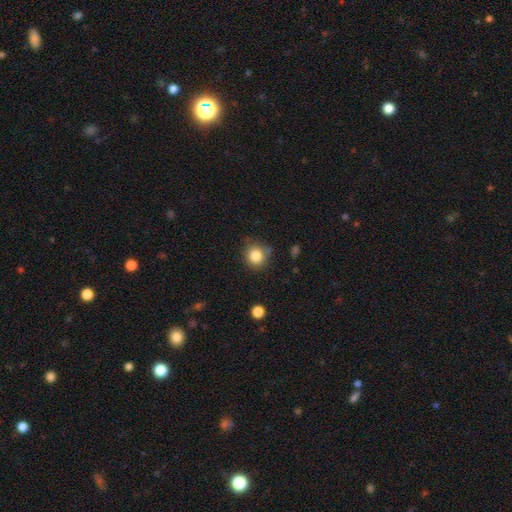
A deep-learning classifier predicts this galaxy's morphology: Smooth or featured?
  - smooth: 84% *
  - star or artifact: 10%
  - featured or disk: 5%
How rounded?
  - round: 87% *
  - in between: 12%
  - cigar-shaped: 1%
Merging?
  - none: 76% *
  - minor disturbance: 16%
  - merger: 5%
  - major disturbance: 4%